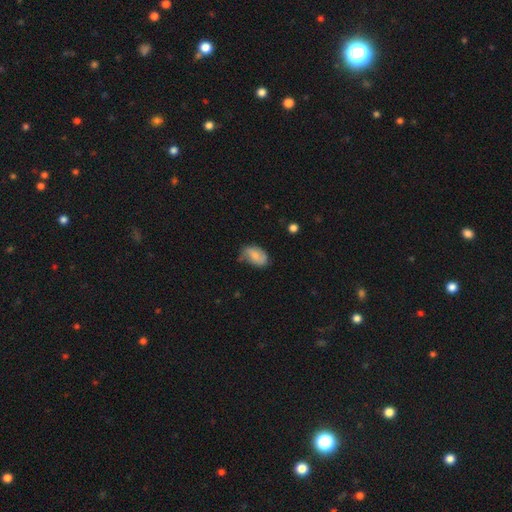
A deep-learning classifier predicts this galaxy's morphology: A smooth galaxy with no disk features (64%) that is in between round and cigar-shaped (89%).

Vote fractions:
- Smooth or featured? smooth: 64% / featured or disk: 28% / star or artifact: 8%
- How rounded? in between: 89% / round: 9% / cigar-shaped: 2%
- Merging? none: 50% / minor disturbance: 36% / major disturbance: 11% / merger: 3%